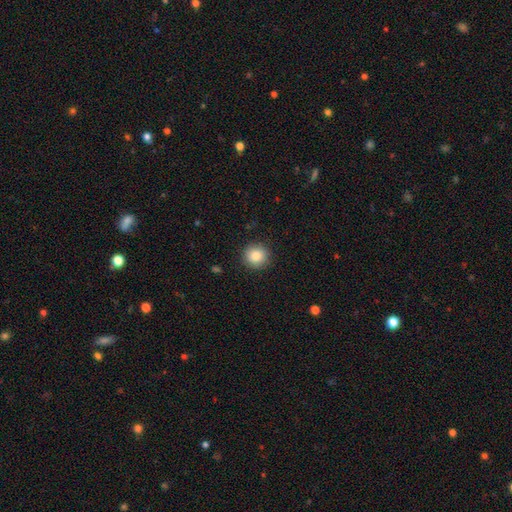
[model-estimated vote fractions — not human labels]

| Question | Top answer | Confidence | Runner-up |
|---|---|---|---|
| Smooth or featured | smooth | 86% | star or artifact (9%) |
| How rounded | round | 93% | in between (6%) |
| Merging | none | 91% | minor disturbance (6%) |